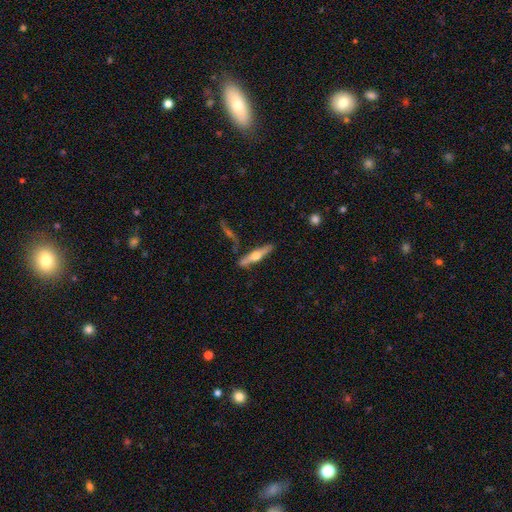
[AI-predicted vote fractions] Q: Smooth or featured?
A: featured or disk (63%); runner-up: smooth (31%)
Q: Edge-on disk?
A: yes (95%); runner-up: no (5%)
Q: Edge-on bulge?
A: rounded (93%); runner-up: none (3%)
Q: Merging?
A: none (78%); runner-up: minor disturbance (13%)